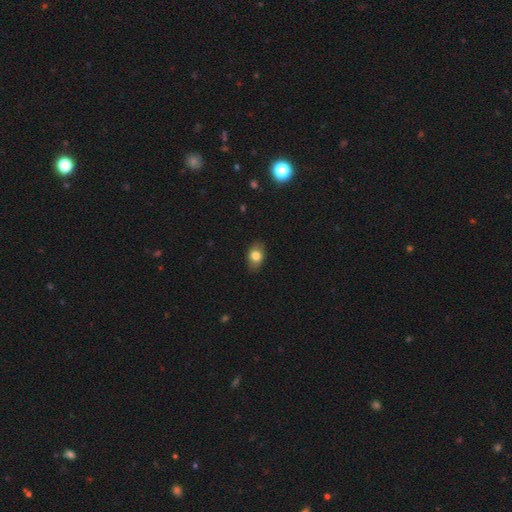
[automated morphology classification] This is likely a smooth galaxy (80%). How rounded: likely in between (80%). Merging: clearly none (84%).